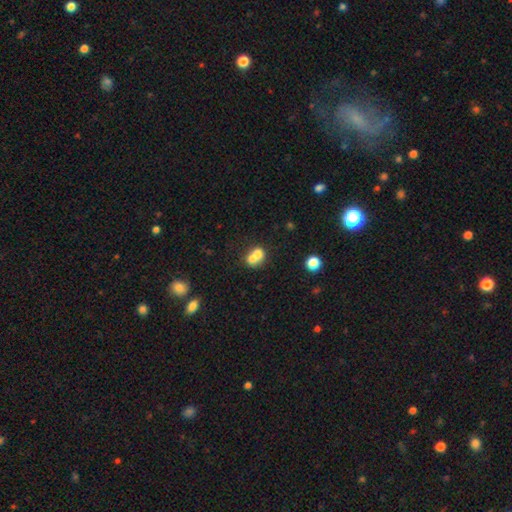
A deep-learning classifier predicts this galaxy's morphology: Smooth or featured: smooth — 69% (featured or disk — 21%)
How rounded: round — 60% (in between — 39%)
Merging: merger — 69% (none — 22%)